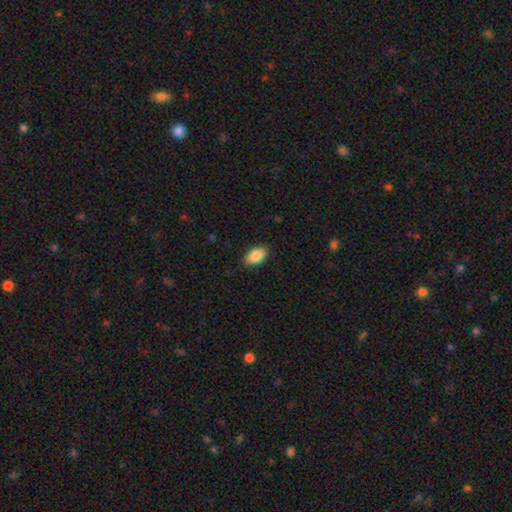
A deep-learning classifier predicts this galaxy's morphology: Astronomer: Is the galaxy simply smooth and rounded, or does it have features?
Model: smooth — 88%.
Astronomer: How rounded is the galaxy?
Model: in between — 93%.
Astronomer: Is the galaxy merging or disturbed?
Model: none — 87%.